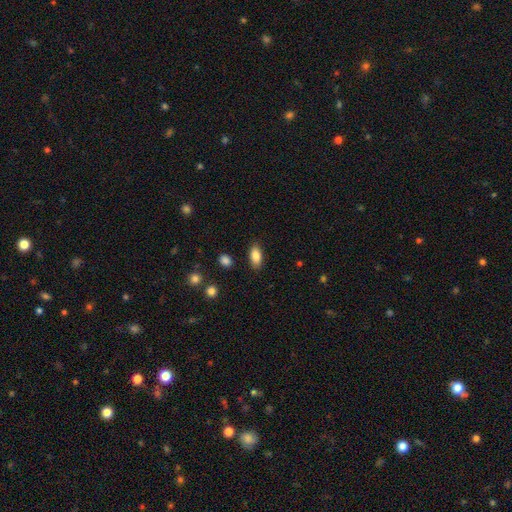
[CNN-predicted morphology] Overall: smooth (86%). How rounded: in between (90%). Merging: none (86%).